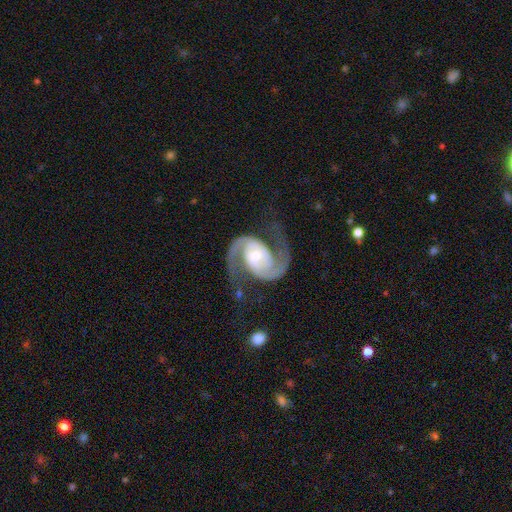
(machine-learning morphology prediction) Smooth or featured? featured or disk (94%)
Edge-on disk? no (98%)
Bar? no (51%)
Spiral arms? yes (98%)
Spiral winding? medium (55%)
Spiral arm count? 2 (95%)
Bulge size? moderate (52%)
Merging? none (74%)